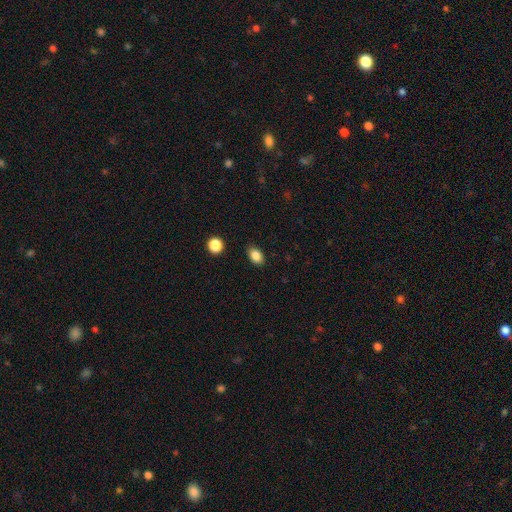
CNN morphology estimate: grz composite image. It shows a smooth galaxy with no disk features (85%) that is in between round and cigar-shaped (81%). Merging: none (86%).